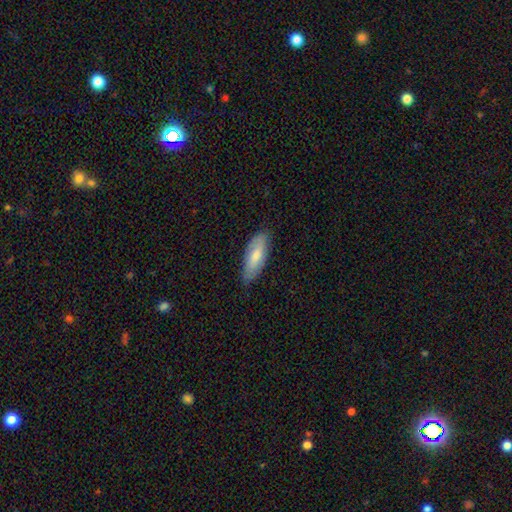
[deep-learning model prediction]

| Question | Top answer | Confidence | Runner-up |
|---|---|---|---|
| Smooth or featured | smooth | 73% | featured or disk (21%) |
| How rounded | in between | 71% | cigar-shaped (27%) |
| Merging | none | 78% | minor disturbance (18%) |